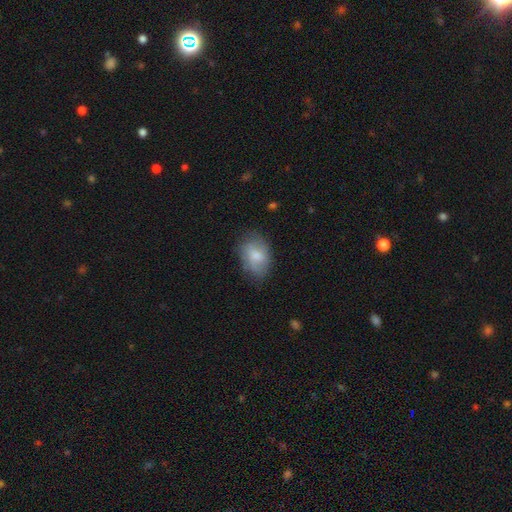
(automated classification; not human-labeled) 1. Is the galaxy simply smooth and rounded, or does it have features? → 71% smooth, 22% featured or disk, 7% star or artifact.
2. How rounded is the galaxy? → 82% in between, 17% round, 1% cigar-shaped.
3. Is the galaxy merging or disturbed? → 66% none, 25% minor disturbance, 8% major disturbance, 2% merger.